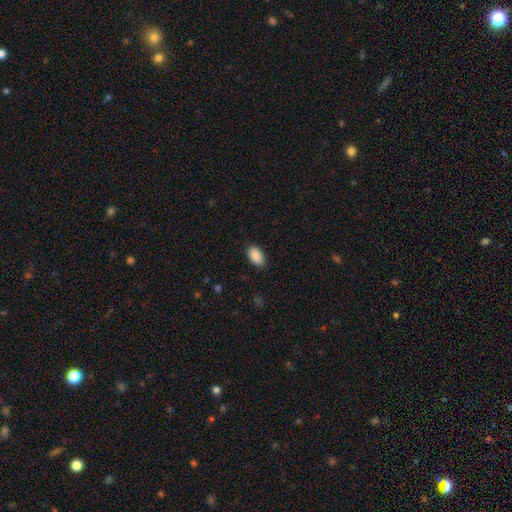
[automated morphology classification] smooth_or_featured: smooth (p=0.90) [alt: star or artifact p=0.07]
how_rounded: in between (p=0.94) [alt: round p=0.04]
merging: none (p=0.83) [alt: minor disturbance p=0.13]